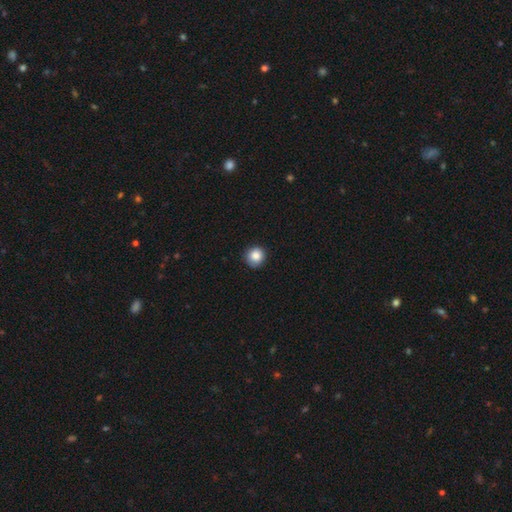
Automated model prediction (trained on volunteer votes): Smooth or featured? smooth (85%)
How rounded? round (90%)
Merging? none (85%)